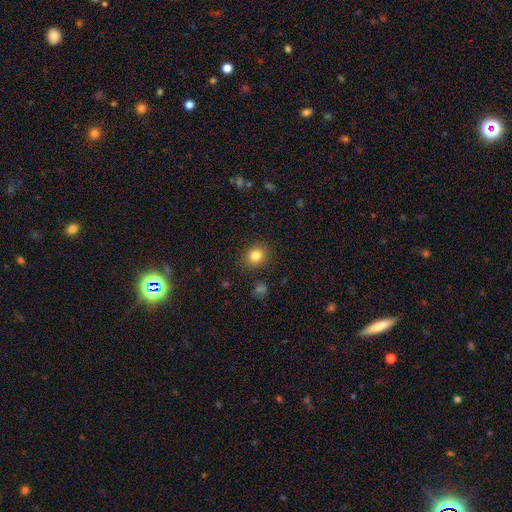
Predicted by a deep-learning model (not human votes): Morphology: type=smooth (82%); roundness=round (73%); merging=none (88%).